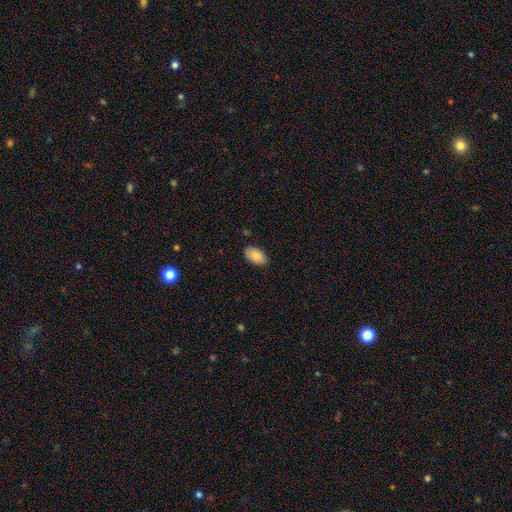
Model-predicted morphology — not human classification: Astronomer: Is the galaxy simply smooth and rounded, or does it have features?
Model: smooth — 82%.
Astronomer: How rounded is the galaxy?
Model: in between — 94%.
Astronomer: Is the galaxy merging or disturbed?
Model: none — 85%.